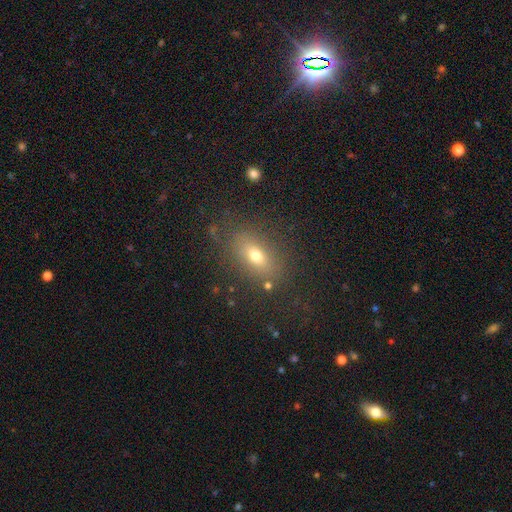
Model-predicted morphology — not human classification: type=smooth (68%); roundness=in between (79%); merging=none (80%).